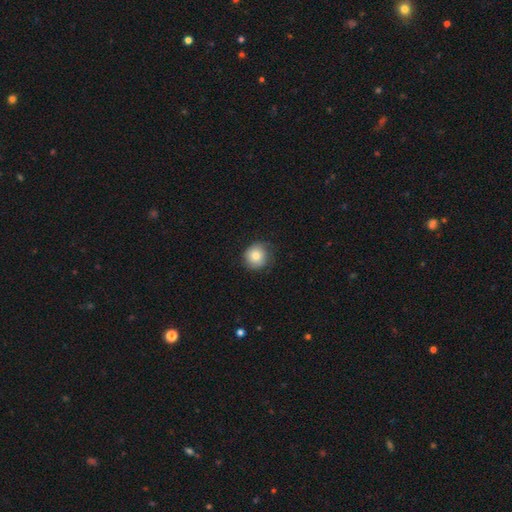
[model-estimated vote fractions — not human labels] A smooth galaxy with no disk features (77%) that is round (90%). Merging: none (73%).